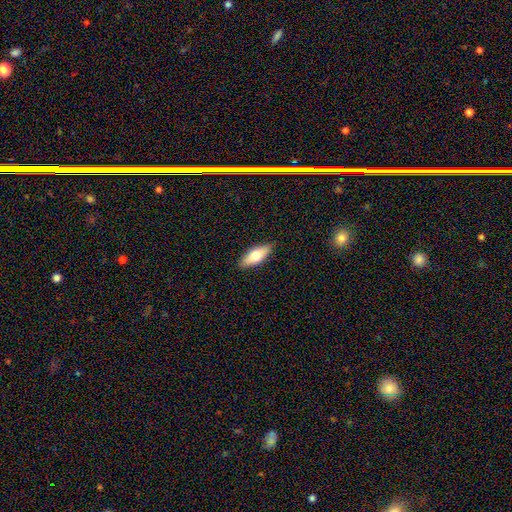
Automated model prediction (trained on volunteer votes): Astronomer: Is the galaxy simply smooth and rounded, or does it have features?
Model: smooth — 65%.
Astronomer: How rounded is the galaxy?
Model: in between — 69%.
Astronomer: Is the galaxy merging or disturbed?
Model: none — 89%.